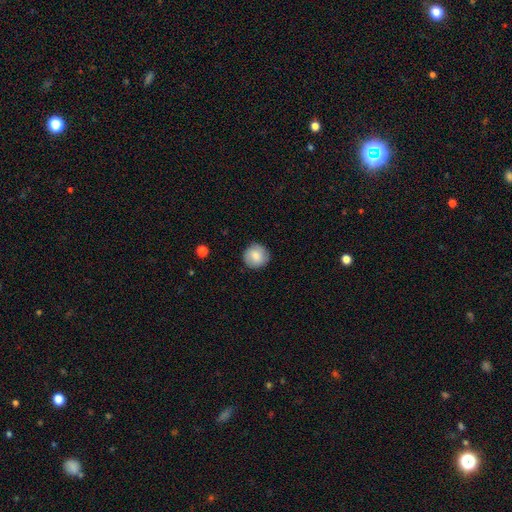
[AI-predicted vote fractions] smooth-or-featured: smooth: 76% | featured or disk: 17% | star or artifact: 7%
  how-rounded: round: 93% | in between: 6% | cigar-shaped: 1%
  merging: none: 87% | minor disturbance: 10% | major disturbance: 2% | merger: 1%